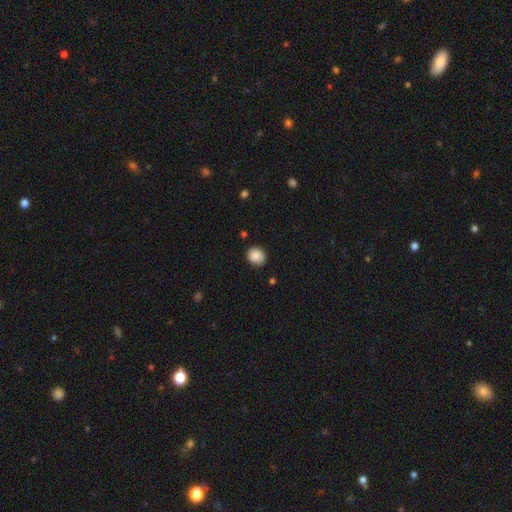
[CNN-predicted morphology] smooth-or-featured: smooth: 86% | star or artifact: 8% | featured or disk: 5%
  how-rounded: round: 70% | in between: 29% | cigar-shaped: 1%
  merging: none: 83% | minor disturbance: 13% | major disturbance: 3% | merger: 2%